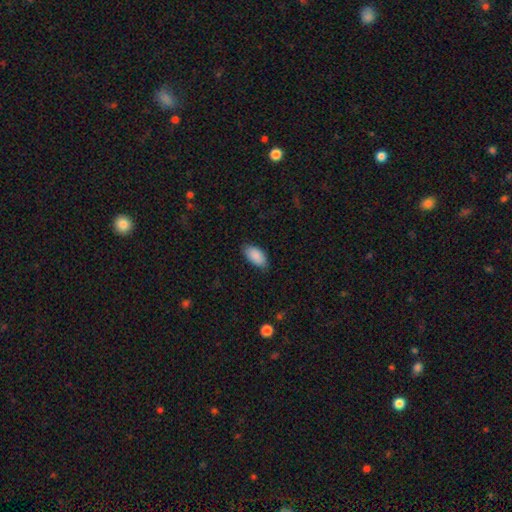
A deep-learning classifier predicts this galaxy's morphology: Smooth or featured?
  - smooth: 89% *
  - star or artifact: 6%
  - featured or disk: 5%
How rounded?
  - in between: 95% *
  - cigar-shaped: 3%
  - round: 3%
Merging?
  - none: 80% *
  - minor disturbance: 16%
  - major disturbance: 3%
  - merger: 1%